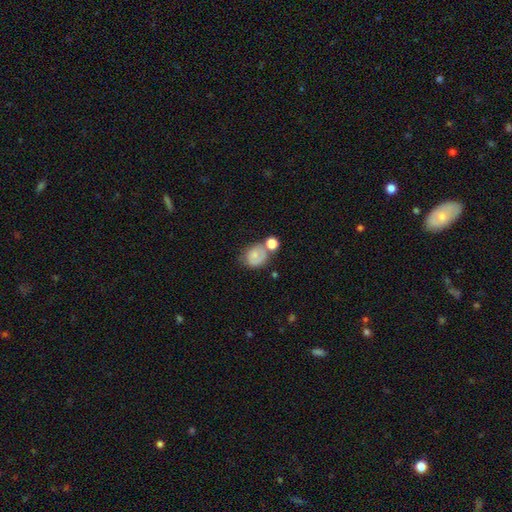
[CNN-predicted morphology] Smooth or featured? smooth (65%)
How rounded? round (54%)
Merging? none (44%)